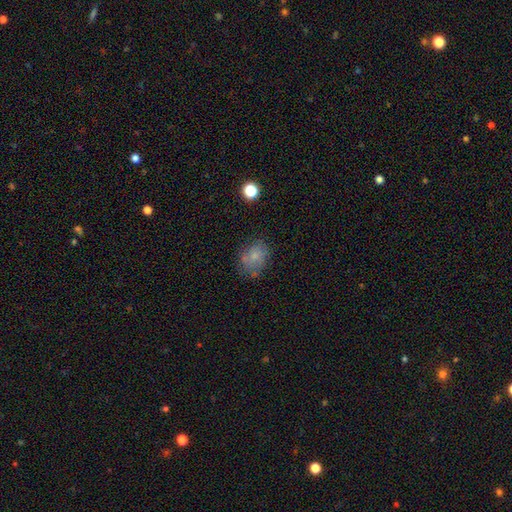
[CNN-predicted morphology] smooth_or_featured: smooth (p=0.70) [alt: featured or disk p=0.18]
how_rounded: in between (p=0.56) [alt: round p=0.43]
merging: none (p=0.61) [alt: minor disturbance p=0.25]